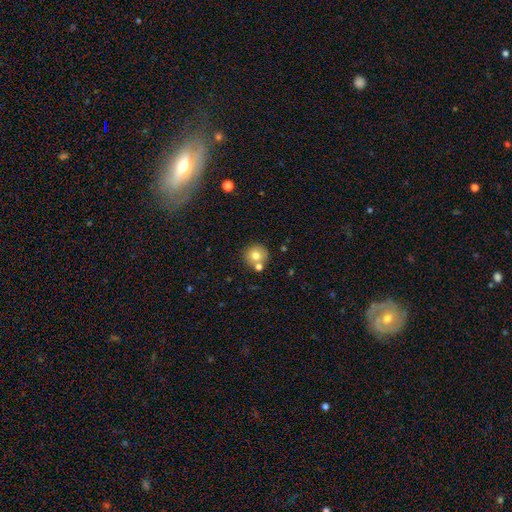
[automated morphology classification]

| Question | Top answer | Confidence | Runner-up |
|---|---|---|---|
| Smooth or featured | smooth | 74% | featured or disk (15%) |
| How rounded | round | 91% | in between (8%) |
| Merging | none | 68% | merger (20%) |